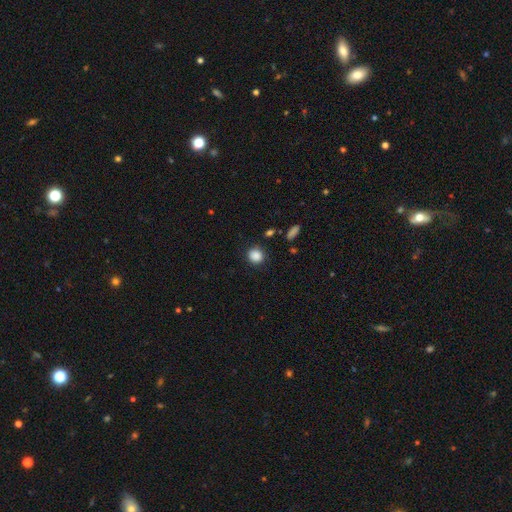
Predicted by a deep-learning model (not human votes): Smooth or featured? smooth (87%)
How rounded? round (85%)
Merging? none (87%)